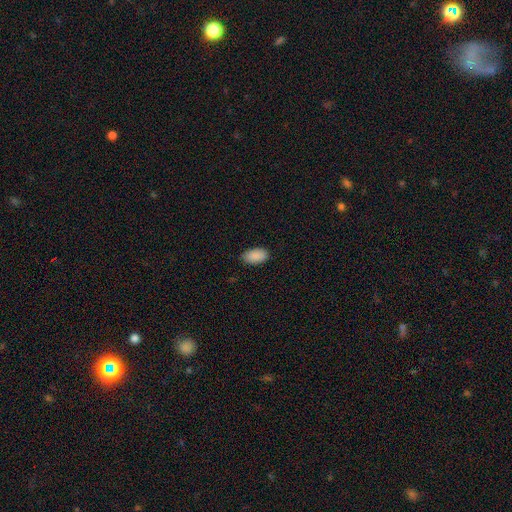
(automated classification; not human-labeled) Overall: smooth (90%). How rounded: in between (95%). Merging: none (84%).